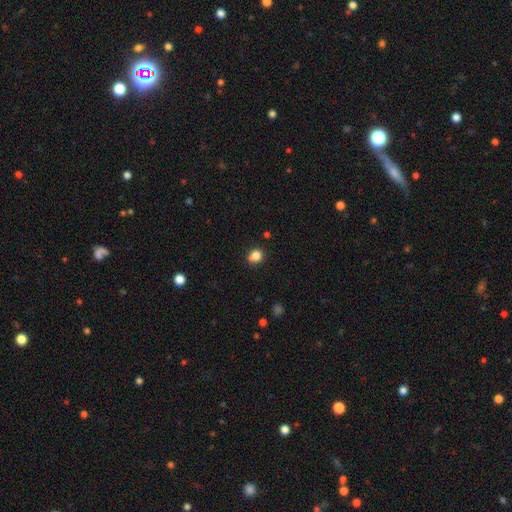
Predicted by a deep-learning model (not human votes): smooth-or-featured: smooth: 84% | star or artifact: 11% | featured or disk: 5%
  how-rounded: round: 67% | in between: 32% | cigar-shaped: 1%
  merging: none: 81% | minor disturbance: 13% | major disturbance: 3% | merger: 3%